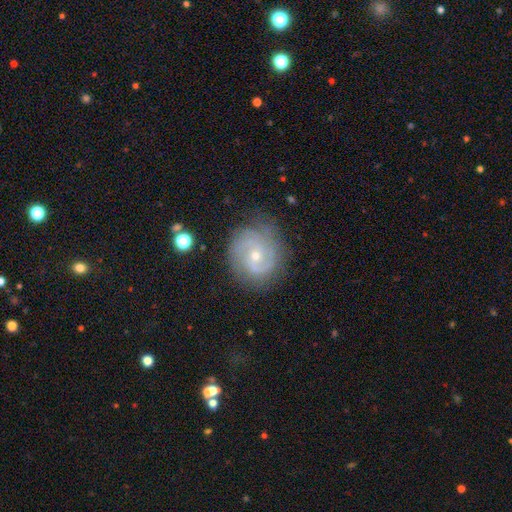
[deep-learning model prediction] This is clearly a featured or disk galaxy (83%). It is clearly not viewed edge-on (98%). Bar: likely no (67%). Spiral arm pattern: clearly yes (96%). Spiral arm count: marginally 2 (42%). Spiral winding: possibly tight (56%). Central bulge: likely small (66%). Merging: likely none (74%).